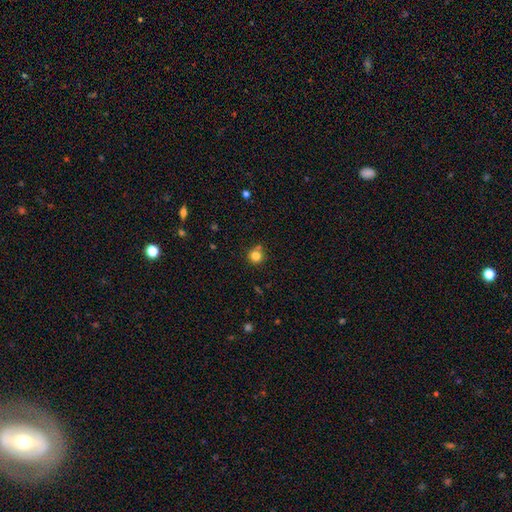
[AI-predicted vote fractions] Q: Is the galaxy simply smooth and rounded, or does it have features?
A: smooth — 81%.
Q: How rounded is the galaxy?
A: round — 93%.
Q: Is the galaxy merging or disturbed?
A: none — 76%.